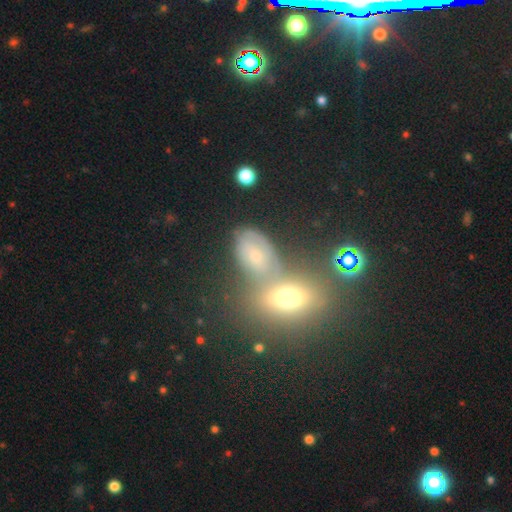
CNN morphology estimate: smooth-or-featured: smooth: 41% | featured or disk: 38% | star or artifact: 21%
  merging: none: 48% | merger: 25% | minor disturbance: 17% | major disturbance: 10%